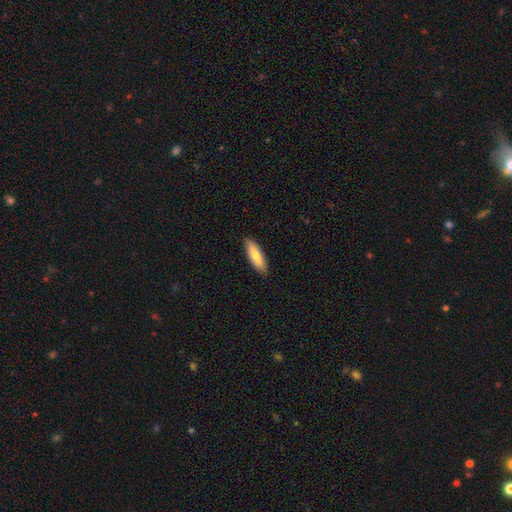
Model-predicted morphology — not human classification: smooth_or_featured: smooth (p=0.77) [alt: featured or disk p=0.18]
how_rounded: in between (p=0.54) [alt: cigar-shaped p=0.44]
merging: none (p=0.88) [alt: minor disturbance p=0.09]